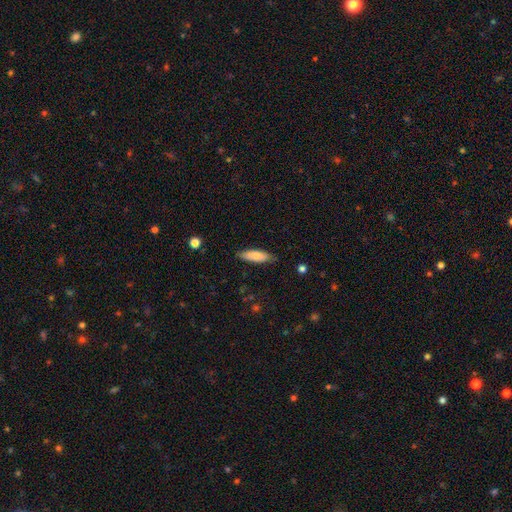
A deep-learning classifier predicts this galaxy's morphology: A smooth galaxy with no disk features (74%) that is in between round and cigar-shaped (56%).

Vote fractions:
- Smooth or featured? smooth: 74% / featured or disk: 20% / star or artifact: 6%
- How rounded? in between: 56% / cigar-shaped: 42% / round: 2%
- Merging? none: 81% / minor disturbance: 16% / major disturbance: 2% / merger: 1%